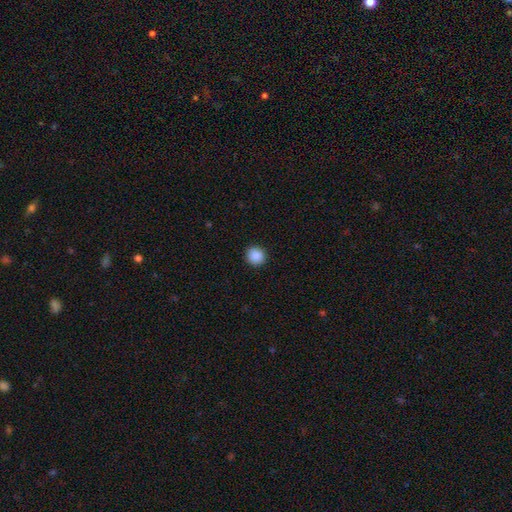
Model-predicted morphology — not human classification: Overall: smooth (89%). How rounded: round (90%). Merging: none (92%).